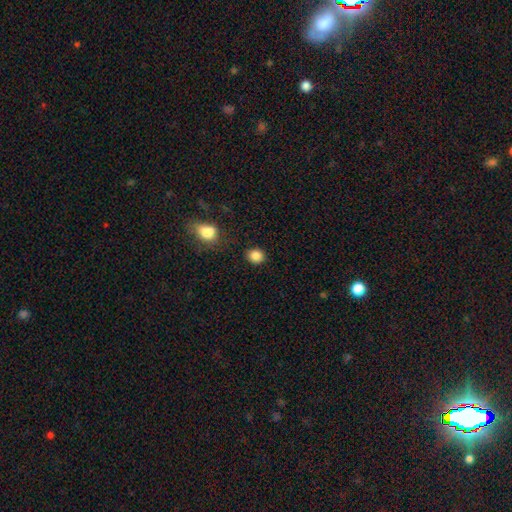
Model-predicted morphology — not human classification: A smooth galaxy with no disk features (86%) that is round (69%). Merging: none (85%).